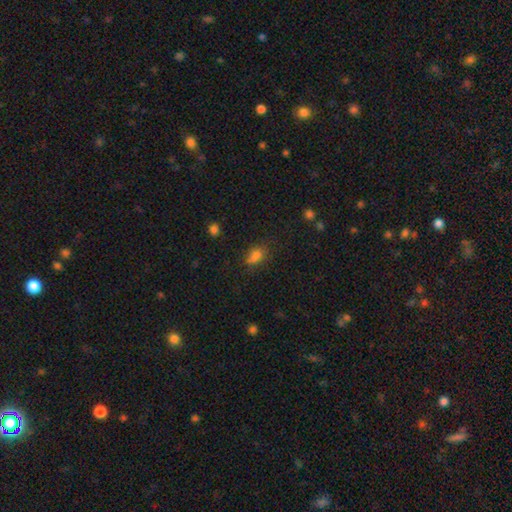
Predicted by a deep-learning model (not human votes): Smooth or featured? smooth (73%)
How rounded? in between (72%)
Merging? none (58%)